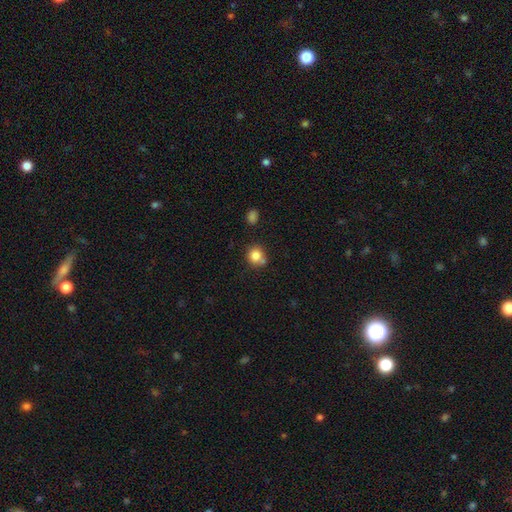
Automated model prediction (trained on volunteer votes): Smooth or featured? Predicted: smooth (p=0.82). How rounded? Predicted: round (p=0.85). Merging? Predicted: none (p=0.62).